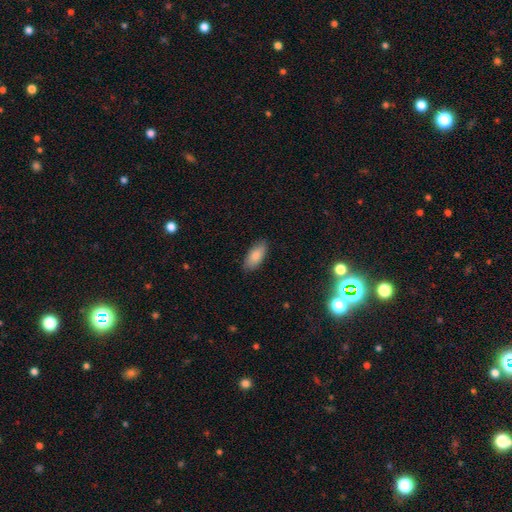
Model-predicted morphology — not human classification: smooth_or_featured: smooth (p=0.84) [alt: featured or disk p=0.09]
how_rounded: in between (p=0.89) [alt: cigar-shaped p=0.09]
merging: none (p=0.85) [alt: minor disturbance p=0.12]